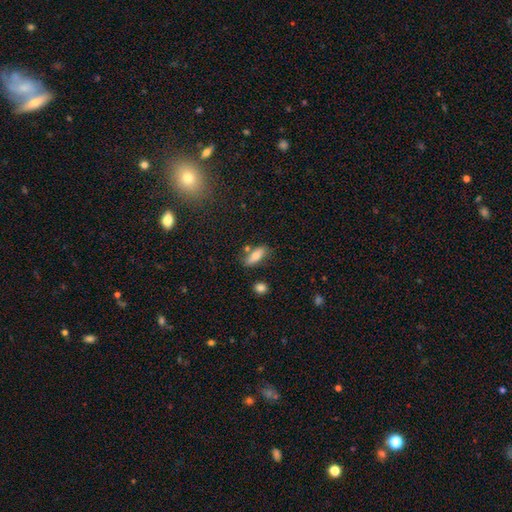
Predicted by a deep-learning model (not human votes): A smooth galaxy with no disk features (76%) that is in between round and cigar-shaped (69%). Merging: none (70%).